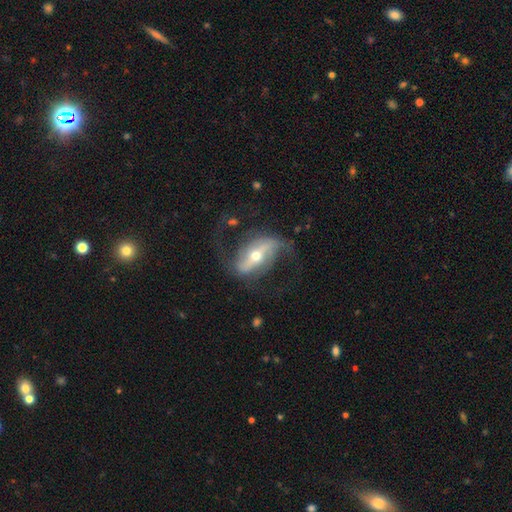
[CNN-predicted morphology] Smooth or featured?
  - featured or disk: 85% *
  - smooth: 9%
  - star or artifact: 6%
Edge-on disk?
  - no: 90% *
  - yes: 10%
Bar?
  - strong: 59% *
  - weak: 24%
  - no: 17%
Spiral arms?
  - yes: 92% *
  - no: 8%
Spiral winding?
  - loose: 67% *
  - medium: 25%
  - tight: 8%
Spiral arm count?
  - 2: 91% *
  - can't tell: 3%
  - 1: 3%
  - 3: 1%
  - 4: 1%
  - more than 4: 1%
Bulge size?
  - moderate: 54% *
  - small: 41%
  - large: 3%
  - dominant: 1%
  - none: 1%
Merging?
  - none: 66% *
  - minor disturbance: 16%
  - major disturbance: 16%
  - merger: 2%